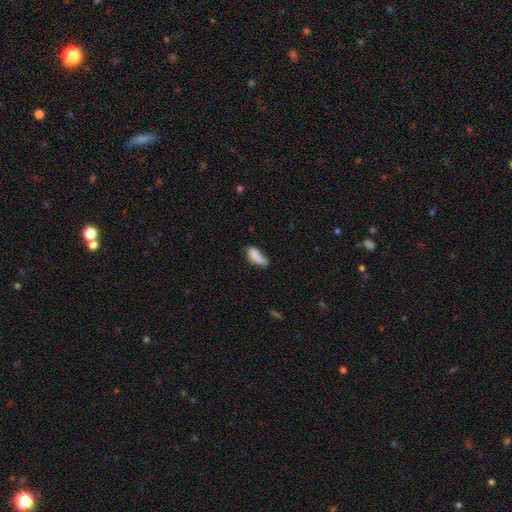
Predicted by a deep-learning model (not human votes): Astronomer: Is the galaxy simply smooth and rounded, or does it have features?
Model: smooth — 78%.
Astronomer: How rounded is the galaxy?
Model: in between — 75%.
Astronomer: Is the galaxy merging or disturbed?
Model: none — 40% (runner-up: minor disturbance, 34%).